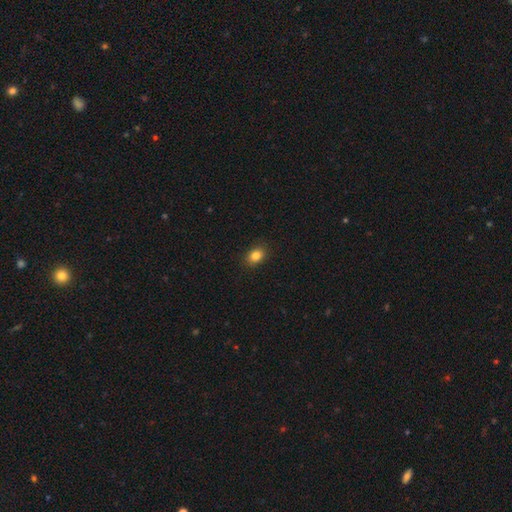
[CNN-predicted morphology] smooth_or_featured: smooth (p=0.84) [alt: star or artifact p=0.11]
how_rounded: in between (p=0.64) [alt: round p=0.35]
merging: none (p=0.89) [alt: minor disturbance p=0.08]